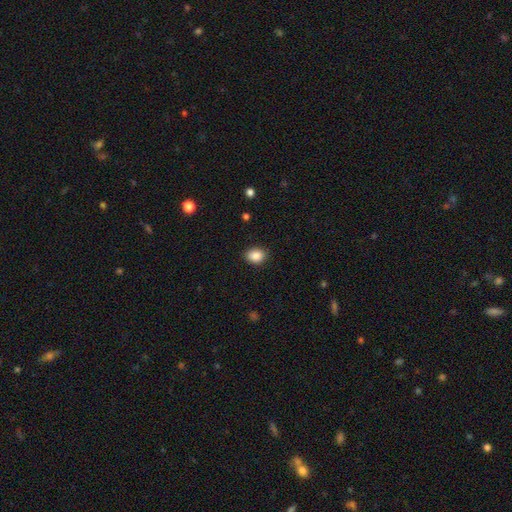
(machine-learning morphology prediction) Smooth or featured?
  - smooth: 87% *
  - star or artifact: 9%
  - featured or disk: 4%
How rounded?
  - in between: 61% *
  - round: 38%
  - cigar-shaped: 1%
Merging?
  - none: 89% *
  - minor disturbance: 8%
  - major disturbance: 2%
  - merger: 1%